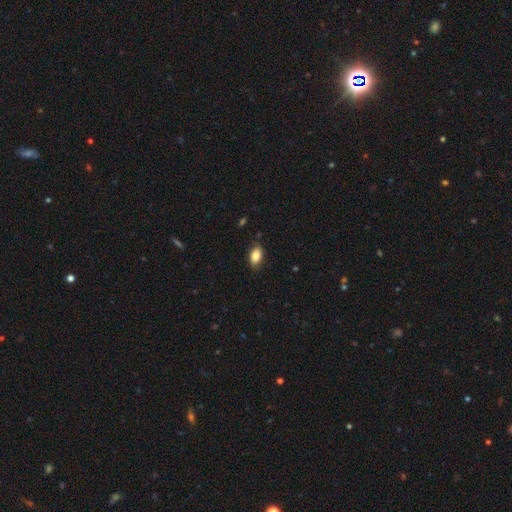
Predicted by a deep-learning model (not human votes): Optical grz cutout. It shows a smooth galaxy with no disk features (86%) that is in between round and cigar-shaped (91%). Merging: none (81%).